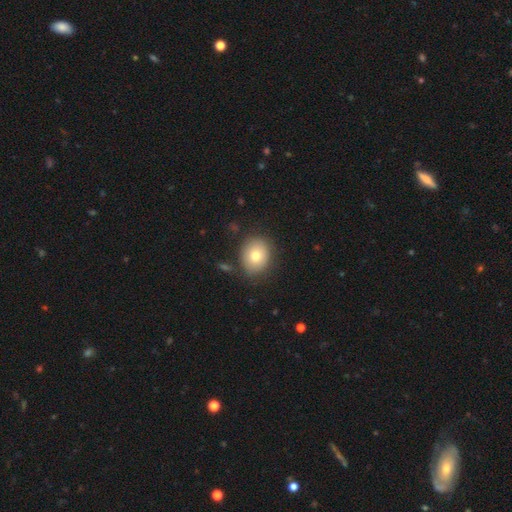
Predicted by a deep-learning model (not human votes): A smooth galaxy with no disk features (77%) that is round (58%).

Vote fractions:
- Smooth or featured? smooth: 77% / featured or disk: 14% / star or artifact: 9%
- How rounded? round: 58% / in between: 42% / cigar-shaped: 1%
- Merging? none: 83% / minor disturbance: 12% / major disturbance: 3% / merger: 2%